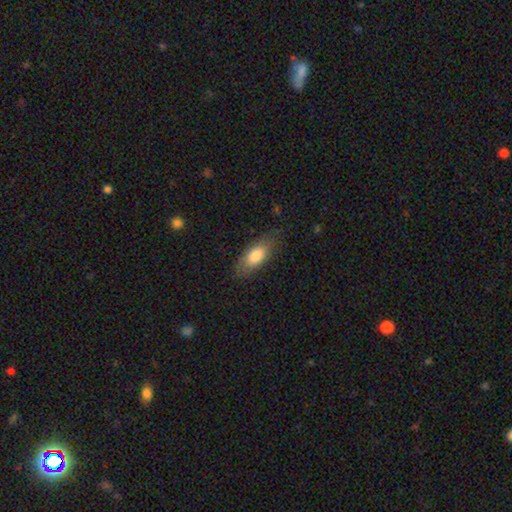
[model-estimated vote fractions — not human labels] Smooth or featured?
  - smooth: 79% *
  - featured or disk: 15%
  - star or artifact: 6%
How rounded?
  - in between: 83% *
  - cigar-shaped: 15%
  - round: 3%
Merging?
  - none: 76% *
  - minor disturbance: 18%
  - major disturbance: 5%
  - merger: 1%